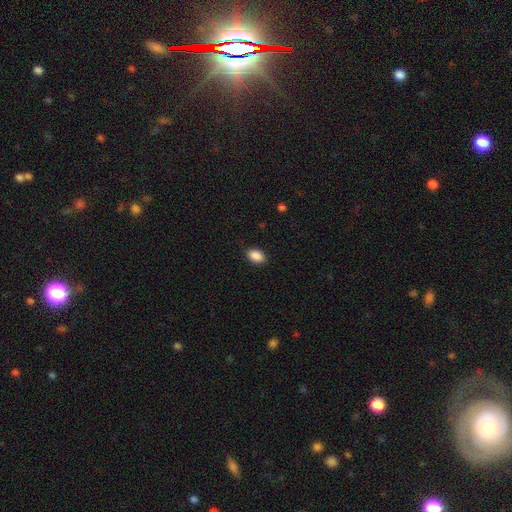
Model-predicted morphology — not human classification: Smooth or featured: smooth — 89% (star or artifact — 7%)
How rounded: in between — 89% (round — 10%)
Merging: none — 88% (minor disturbance — 9%)